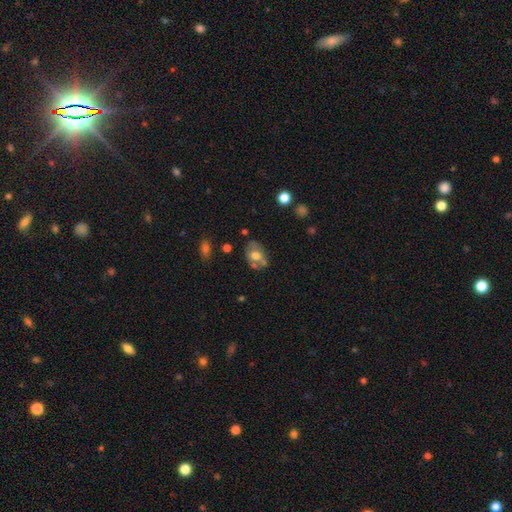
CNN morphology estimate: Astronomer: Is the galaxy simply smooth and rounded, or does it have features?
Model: smooth — 52% (runner-up: featured or disk, 39%).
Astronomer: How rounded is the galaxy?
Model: in between — 73%.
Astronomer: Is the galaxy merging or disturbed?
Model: none — 55%.